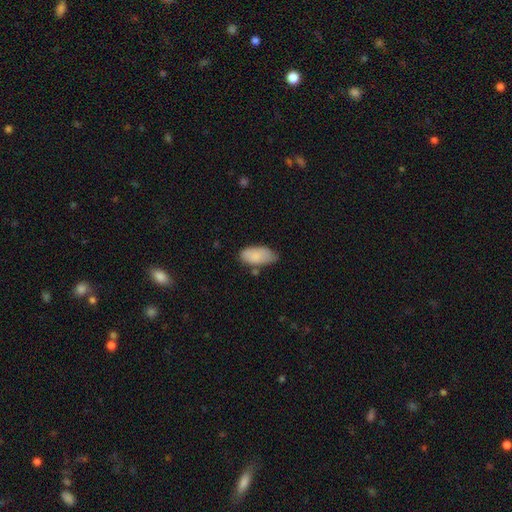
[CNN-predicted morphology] Q: Smooth or featured?
A: smooth (84%); runner-up: featured or disk (9%)
Q: How rounded?
A: in between (93%); runner-up: cigar-shaped (4%)
Q: Merging?
A: none (53%); runner-up: minor disturbance (35%)